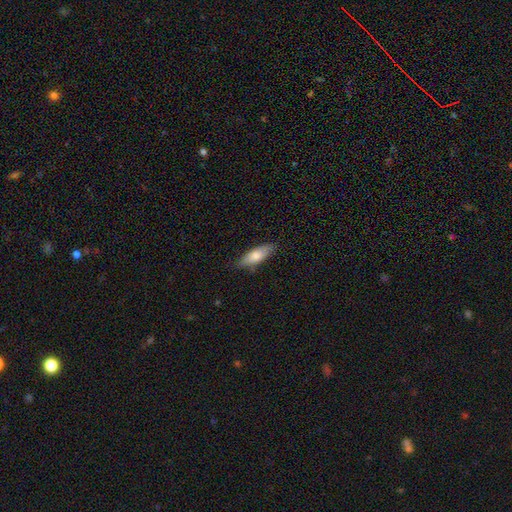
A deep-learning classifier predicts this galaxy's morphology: Smooth or featured? smooth (75%)
How rounded? in between (61%)
Merging? none (81%)